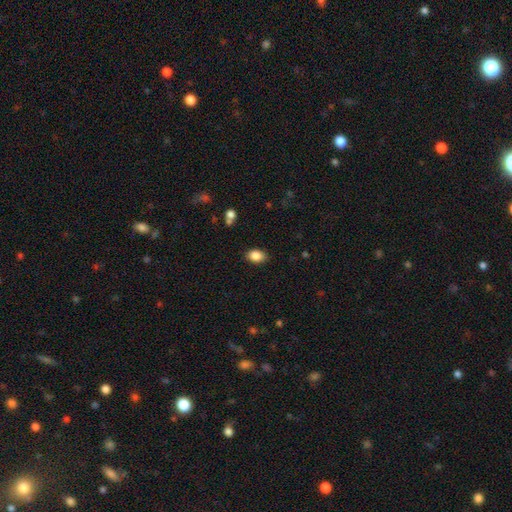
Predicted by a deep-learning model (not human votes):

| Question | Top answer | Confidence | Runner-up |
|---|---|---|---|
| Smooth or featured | smooth | 87% | star or artifact (8%) |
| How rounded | in between | 82% | round (17%) |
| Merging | none | 86% | minor disturbance (10%) |